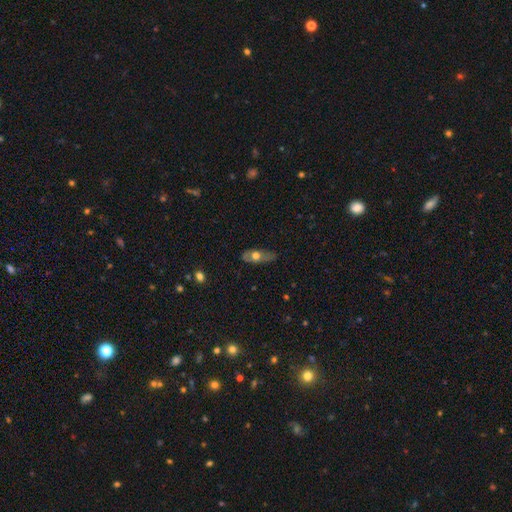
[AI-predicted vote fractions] This appears to be a smooth galaxy with no disk features (49%). Merging: none (65%).